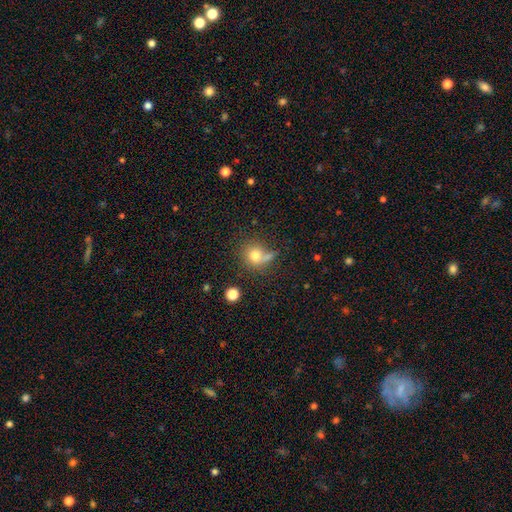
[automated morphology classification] Smooth or featured: smooth — 76% (featured or disk — 12%)
How rounded: round — 82% (in between — 17%)
Merging: none — 52% (minor disturbance — 18%)